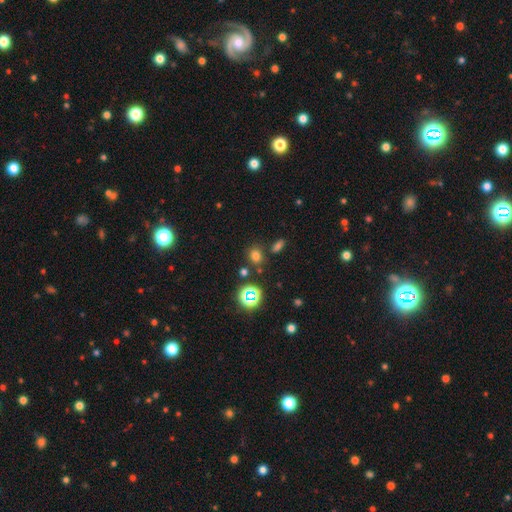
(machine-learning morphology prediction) Overall: smooth (68%). How rounded: round (65%; in between 34%). Merging: none (78%).